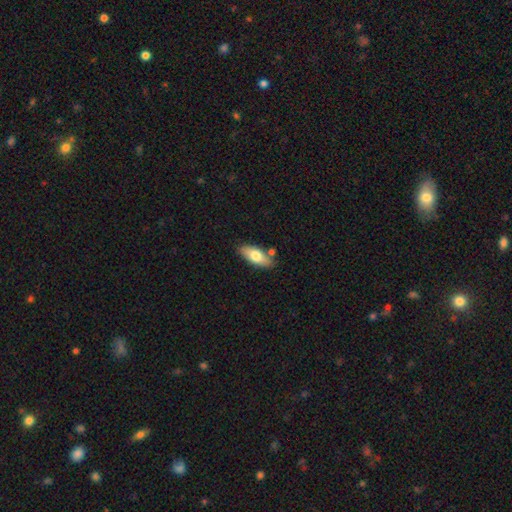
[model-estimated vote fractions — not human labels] smooth-or-featured: smooth: 72% | featured or disk: 22% | star or artifact: 6%
  how-rounded: in between: 82% | cigar-shaped: 16% | round: 3%
  merging: none: 77% | minor disturbance: 13% | merger: 7% | major disturbance: 3%